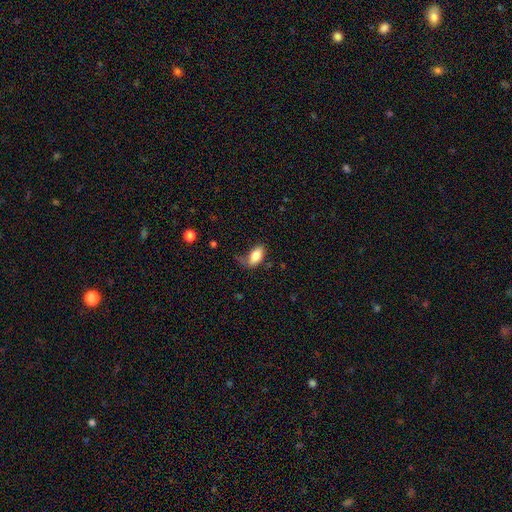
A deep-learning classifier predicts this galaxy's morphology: Overall: smooth (82%). How rounded: in between (91%). Merging: none (51%; minor disturbance 28%).